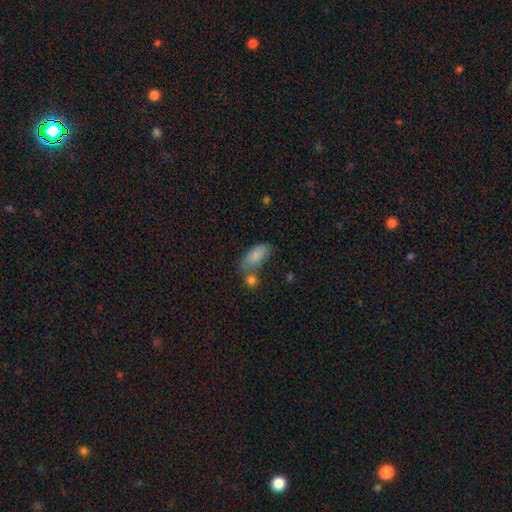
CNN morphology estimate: Overall: smooth (82%). How rounded: in between (89%). Merging: none (47%; merger 25%).